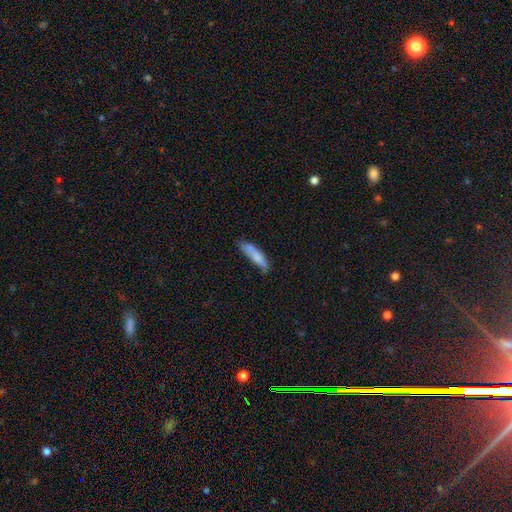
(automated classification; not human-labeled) Smooth or featured? smooth (76%)
How rounded? cigar-shaped (71%)
Merging? none (57%)